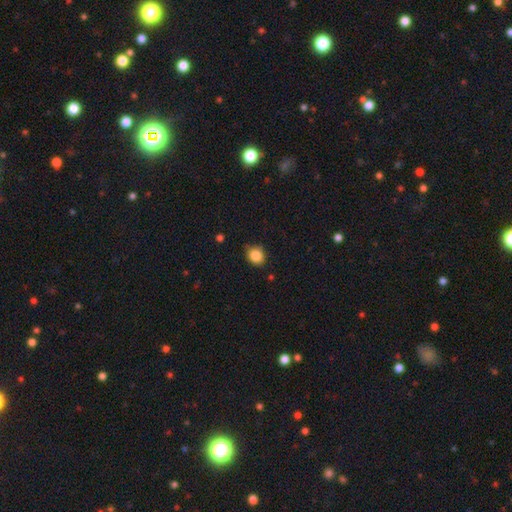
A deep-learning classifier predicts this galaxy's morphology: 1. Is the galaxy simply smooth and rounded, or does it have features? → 84% smooth, 10% star or artifact, 6% featured or disk.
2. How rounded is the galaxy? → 65% round, 34% in between, 1% cigar-shaped.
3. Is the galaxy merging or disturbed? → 79% none, 17% minor disturbance, 3% major disturbance, 1% merger.